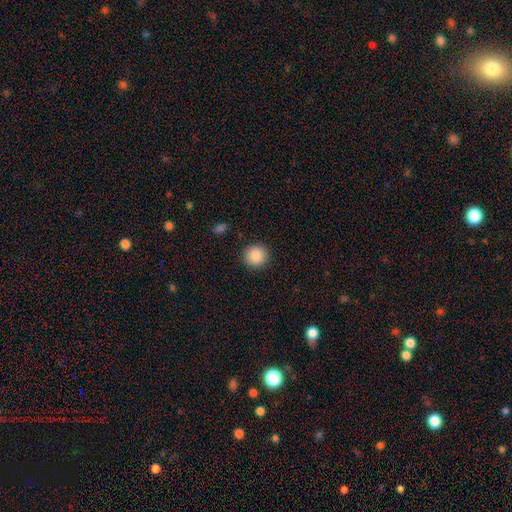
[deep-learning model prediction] The model was most divided on "smooth or featured": smooth: 88%, star or artifact: 8%, featured or disk: 4%. More confident: how rounded — round (92%); merging — none (91%).